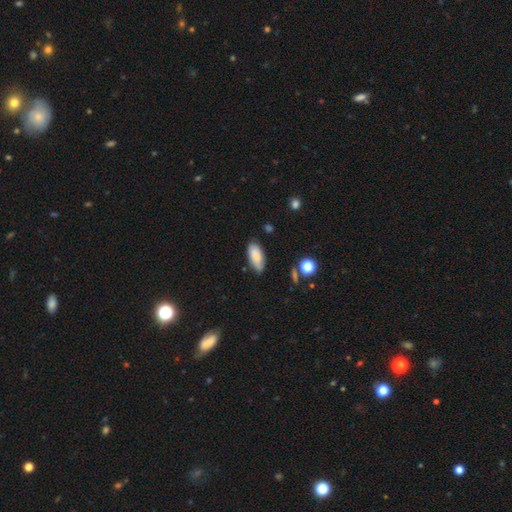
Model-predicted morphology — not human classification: Smooth or featured? Predicted: smooth (p=0.81). How rounded? Predicted: in between (p=0.88). Merging? Predicted: none (p=0.76).